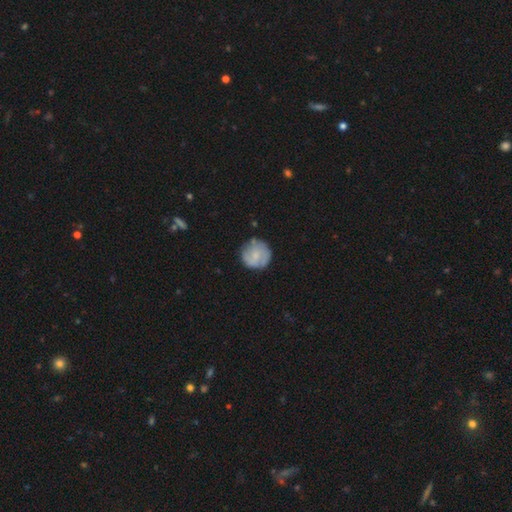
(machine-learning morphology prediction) A smooth galaxy with no disk features (56%) that is round (92%). Merging: none (74%).